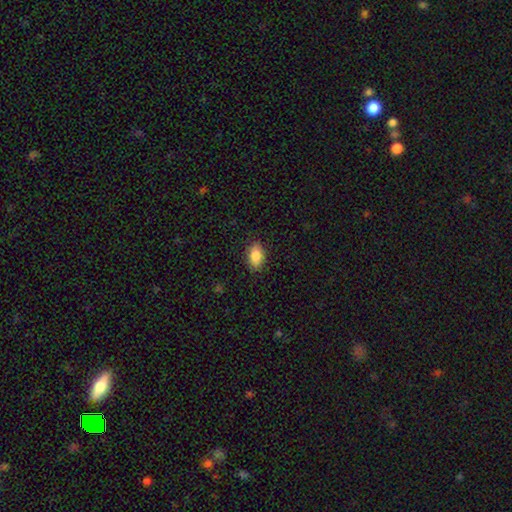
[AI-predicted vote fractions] A smooth galaxy with no disk features (86%) that is in between round and cigar-shaped (90%). Merging: none (87%).